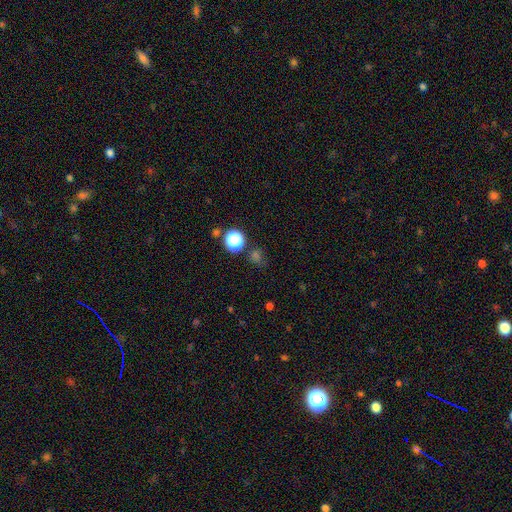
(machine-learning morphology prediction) Smooth or featured? Predicted: smooth (p=0.51). How rounded? Predicted: round (p=0.82). Merging? Predicted: none (p=0.76).